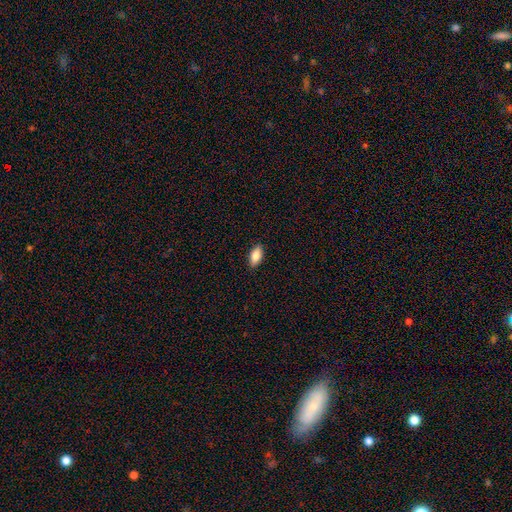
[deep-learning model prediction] This appears to be a smooth galaxy with no disk features (84%) that is in between round and cigar-shaped (88%). Merging: none (88%).